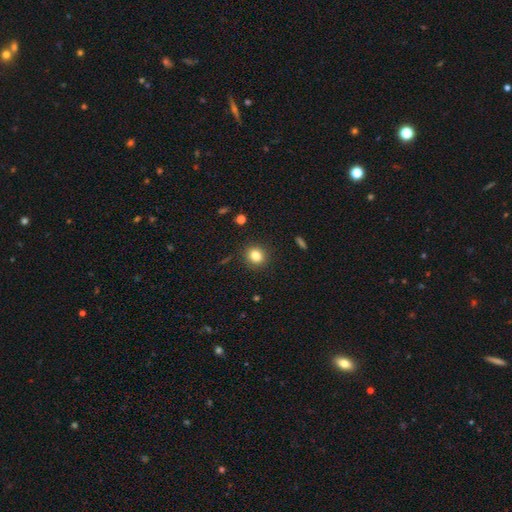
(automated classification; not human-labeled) Morphology: type=smooth (81%); roundness=round (80%); merging=none (91%).